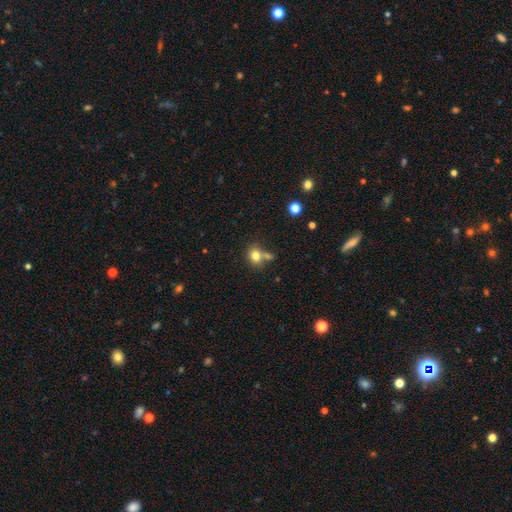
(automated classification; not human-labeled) smooth_or_featured: smooth (p=0.79) [alt: star or artifact p=0.11]
how_rounded: round (p=0.57) [alt: in between p=0.42]
merging: none (p=0.51) [alt: merger p=0.30]